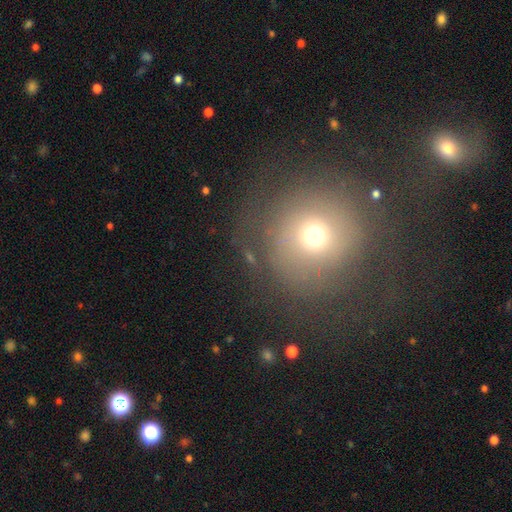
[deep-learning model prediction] Smooth or featured? smooth (58%)
How rounded? round (94%)
Merging? none (69%)